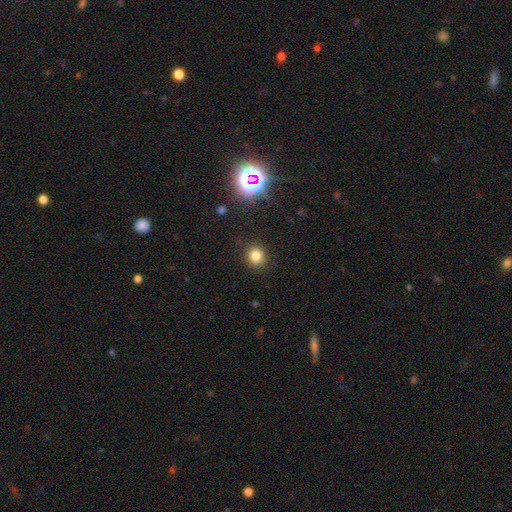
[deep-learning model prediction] Smooth or featured: smooth — 79% (star or artifact — 16%)
How rounded: round — 80% (in between — 19%)
Merging: none — 88% (minor disturbance — 8%)